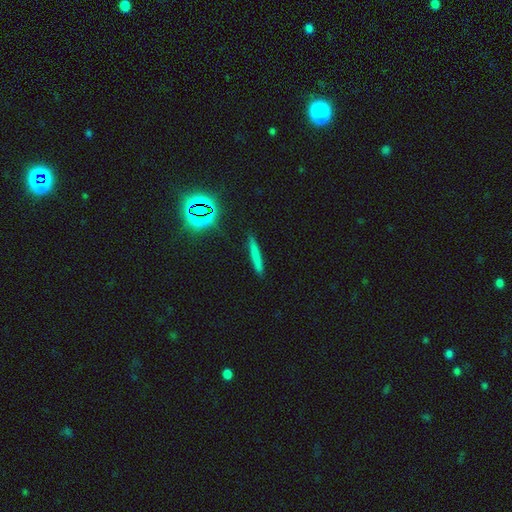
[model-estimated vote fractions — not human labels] smooth_or_featured: smooth (p=0.65) [alt: featured or disk p=0.20]
how_rounded: cigar-shaped (p=0.94) [alt: in between p=0.04]
merging: none (p=0.88) [alt: minor disturbance p=0.08]